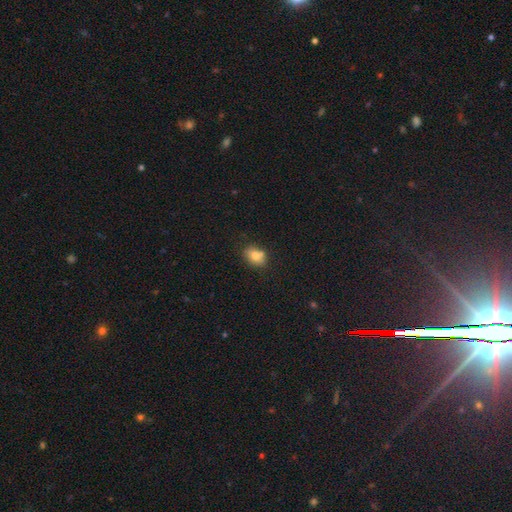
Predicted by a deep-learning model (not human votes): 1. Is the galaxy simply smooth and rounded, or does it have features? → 77% smooth, 13% featured or disk, 10% star or artifact.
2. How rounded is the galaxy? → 64% in between, 34% round, 1% cigar-shaped.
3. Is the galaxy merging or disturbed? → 66% none, 17% minor disturbance, 14% merger, 3% major disturbance.